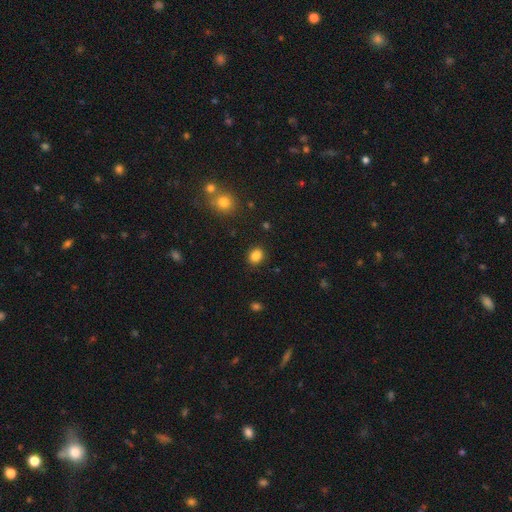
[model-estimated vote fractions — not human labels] Smooth or featured?
  - smooth: 85% *
  - star or artifact: 11%
  - featured or disk: 4%
How rounded?
  - in between: 52% *
  - round: 47%
  - cigar-shaped: 1%
Merging?
  - none: 87% *
  - minor disturbance: 9%
  - major disturbance: 3%
  - merger: 2%